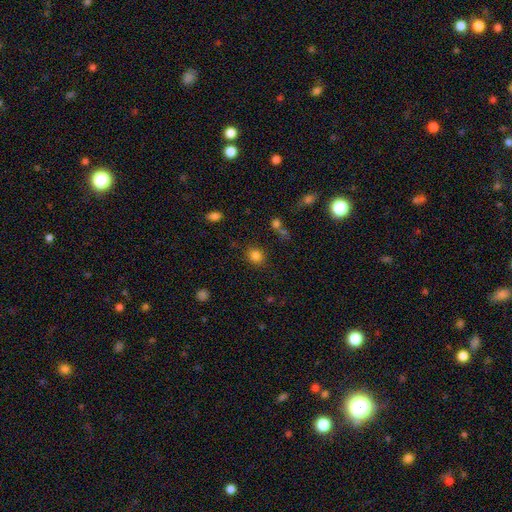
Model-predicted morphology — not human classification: A smooth galaxy with no disk features (83%) that is round (72%).

Vote fractions:
- Smooth or featured? smooth: 83% / star or artifact: 12% / featured or disk: 5%
- How rounded? round: 72% / in between: 27% / cigar-shaped: 1%
- Merging? none: 84% / minor disturbance: 9% / major disturbance: 3% / merger: 3%